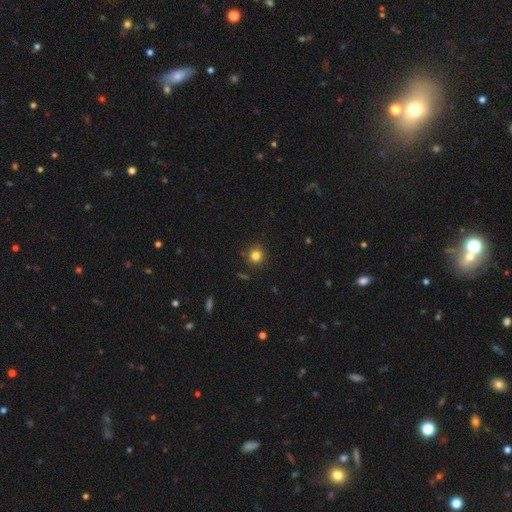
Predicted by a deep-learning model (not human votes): smooth_or_featured: smooth (p=0.81) [alt: star or artifact p=0.13]
how_rounded: round (p=0.92) [alt: in between p=0.07]
merging: none (p=0.89) [alt: minor disturbance p=0.07]